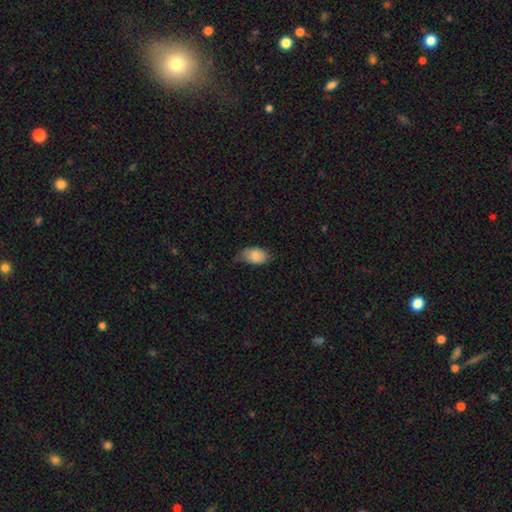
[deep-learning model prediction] A smooth galaxy with no disk features (83%) that is in between round and cigar-shaped (89%). Merging: none (58%).